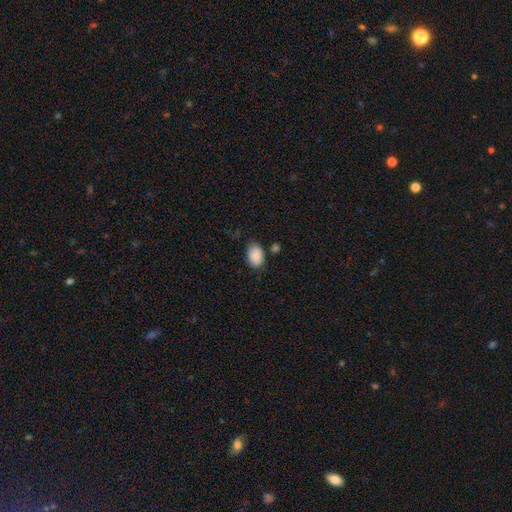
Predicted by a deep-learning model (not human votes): The model was most divided on "merging": none: 70%, minor disturbance: 20%, merger: 5%, major disturbance: 4%. More confident: smooth or featured — smooth (86%); how rounded — in between (85%).